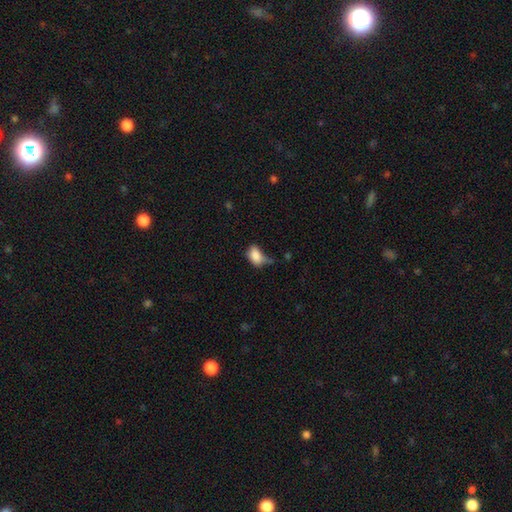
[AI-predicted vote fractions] This appears to be a smooth galaxy with no disk features (83%) that is in between round and cigar-shaped (87%). Merging: minor disturbance (36%).